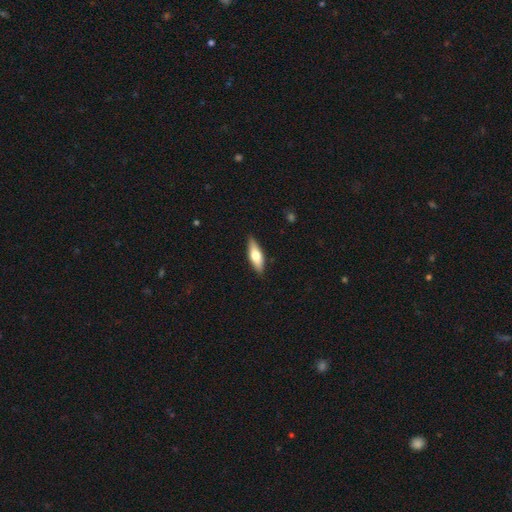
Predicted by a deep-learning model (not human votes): Q: Smooth or featured?
A: smooth (62%); runner-up: featured or disk (32%)
Q: How rounded?
A: in between (54%); runner-up: cigar-shaped (43%)
Q: Merging?
A: none (87%); runner-up: minor disturbance (10%)